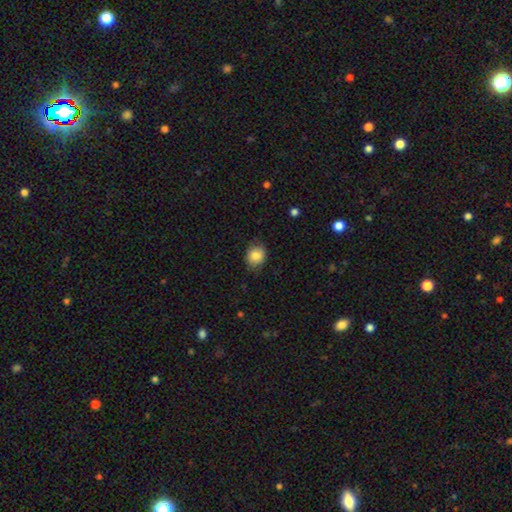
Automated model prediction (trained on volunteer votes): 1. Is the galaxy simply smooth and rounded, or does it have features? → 84% smooth, 9% star or artifact, 8% featured or disk.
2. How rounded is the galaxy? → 64% round, 35% in between, 1% cigar-shaped.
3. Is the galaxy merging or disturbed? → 78% none, 17% minor disturbance, 3% major disturbance, 1% merger.